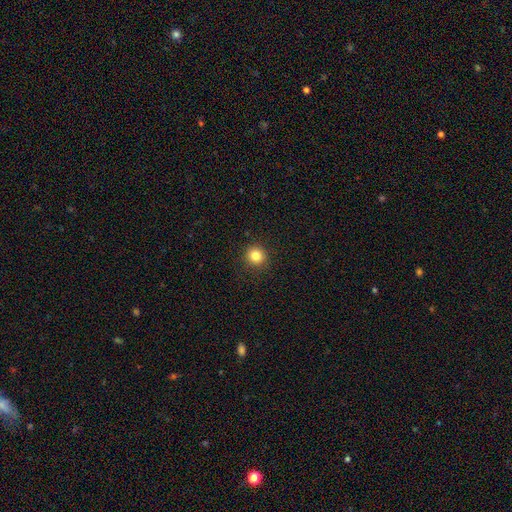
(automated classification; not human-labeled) Smooth or featured? smooth (83%)
How rounded? round (93%)
Merging? none (92%)